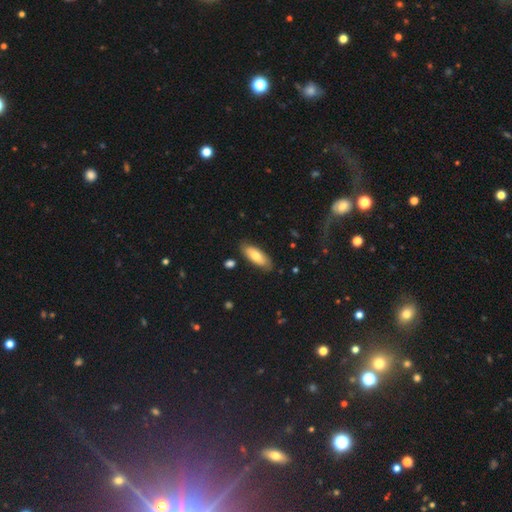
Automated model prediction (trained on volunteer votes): Smooth or featured?
  - smooth: 71% *
  - featured or disk: 23%
  - star or artifact: 6%
How rounded?
  - in between: 77% *
  - cigar-shaped: 21%
  - round: 2%
Merging?
  - none: 84% *
  - minor disturbance: 12%
  - major disturbance: 2%
  - merger: 2%